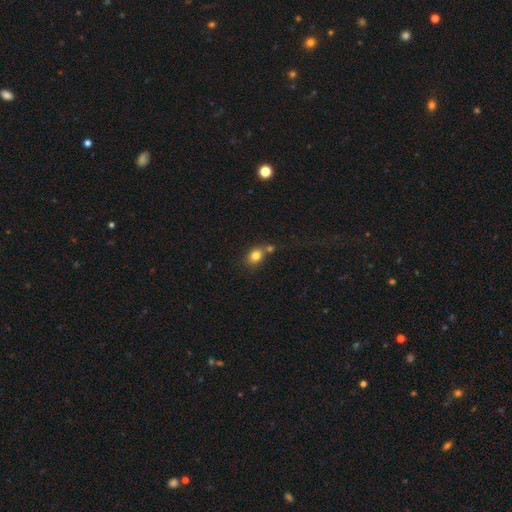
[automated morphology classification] smooth_or_featured: smooth (p=0.81) [alt: star or artifact p=0.11]
how_rounded: round (p=0.52) [alt: in between p=0.46]
merging: none (p=0.56) [alt: merger p=0.27]